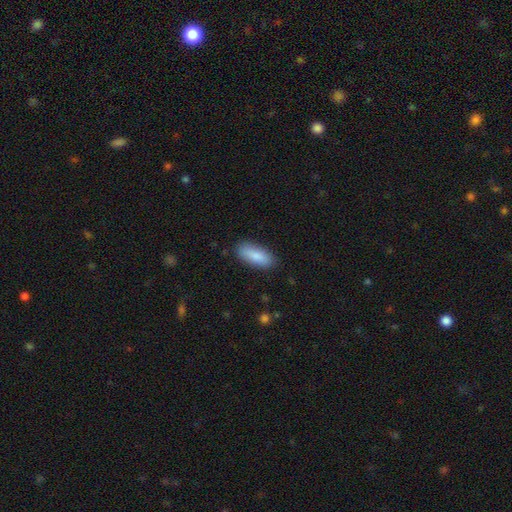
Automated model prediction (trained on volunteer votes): The model was most divided on "how rounded": in between: 77%, cigar-shaped: 21%, round: 2%. More confident: smooth or featured — smooth (86%); merging — none (85%).